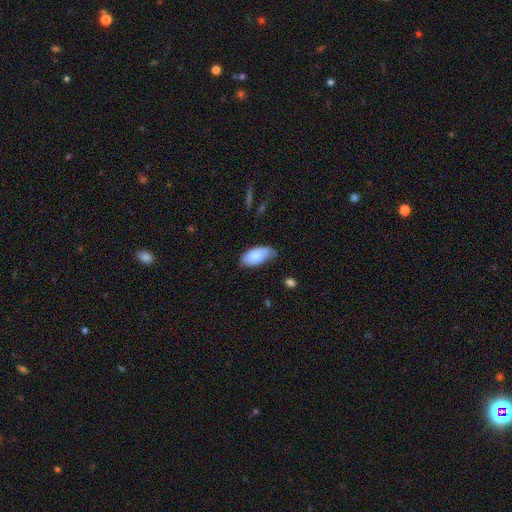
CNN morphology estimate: A smooth galaxy with no disk features (84%) that is in between round and cigar-shaped (94%).

Vote fractions:
- Smooth or featured? smooth: 84% / featured or disk: 9% / star or artifact: 6%
- How rounded? in between: 94% / cigar-shaped: 4% / round: 2%
- Merging? none: 56% / minor disturbance: 35% / major disturbance: 6% / merger: 2%